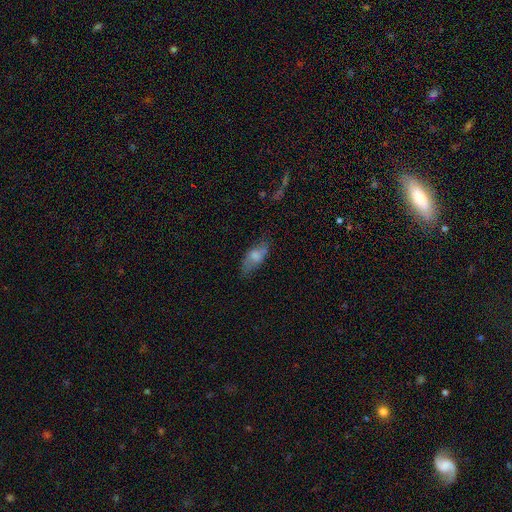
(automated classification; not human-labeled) smooth-or-featured: smooth: 65% | featured or disk: 27% | star or artifact: 8%
  how-rounded: in between: 82% | cigar-shaped: 15% | round: 4%
  merging: none: 64% | minor disturbance: 24% | major disturbance: 10% | merger: 2%